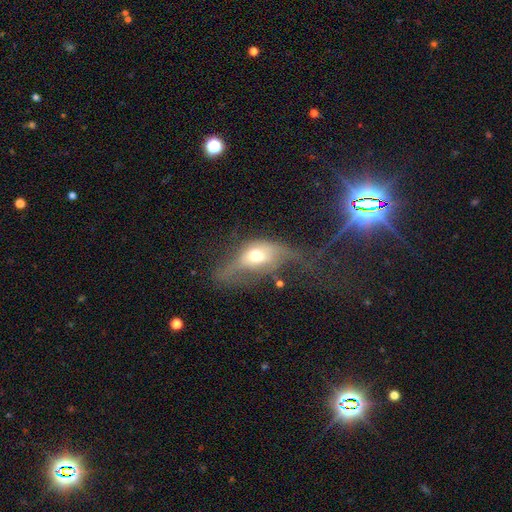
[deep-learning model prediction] Smooth or featured: smooth — 48% (featured or disk — 42%)
Merging: major disturbance — 54% (none — 20%)